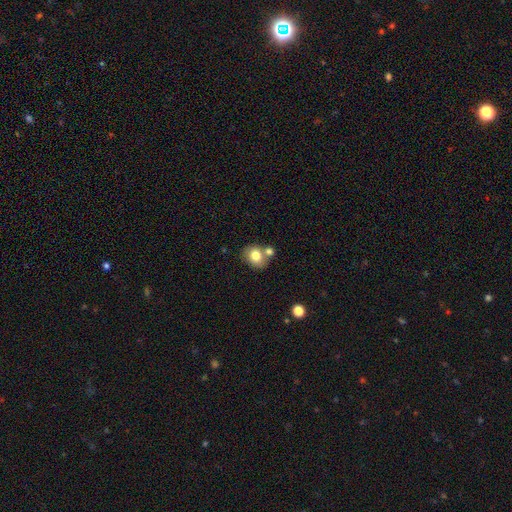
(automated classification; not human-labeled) The model was most divided on "how rounded": round: 59%, in between: 40%, cigar-shaped: 1%. More confident: smooth or featured — smooth (77%); merging — none (59%).